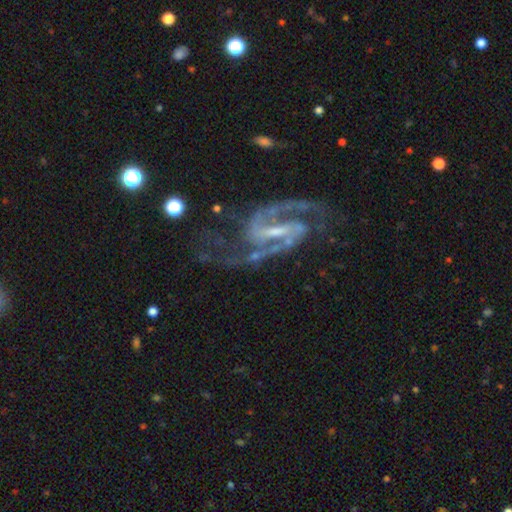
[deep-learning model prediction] Q: Smooth or featured?
A: featured or disk (92%); runner-up: star or artifact (5%)
Q: Edge-on disk?
A: no (98%); runner-up: yes (2%)
Q: Bar?
A: strong (54%); runner-up: weak (36%)
Q: Spiral arms?
A: yes (98%); runner-up: no (2%)
Q: Spiral winding?
A: medium (62%); runner-up: loose (22%)
Q: Spiral arm count?
A: 2 (93%); runner-up: can't tell (2%)
Q: Bulge size?
A: small (50%); runner-up: moderate (25%)
Q: Merging?
A: none (63%); runner-up: minor disturbance (18%)